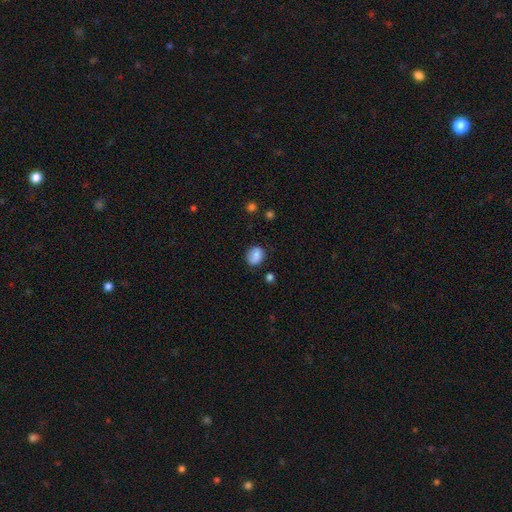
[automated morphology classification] The model was most divided on "how rounded": round: 50%, in between: 49%, cigar-shaped: 1%. More confident: smooth or featured — smooth (85%); merging — none (75%).